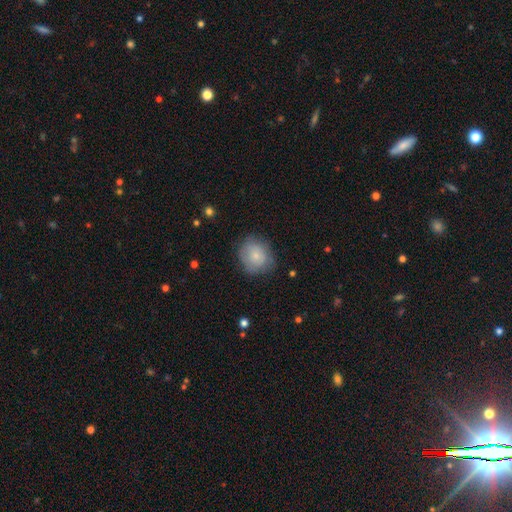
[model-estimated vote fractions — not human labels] Smooth or featured? Predicted: smooth (p=0.73). How rounded? Predicted: round (p=0.78). Merging? Predicted: none (p=0.70).